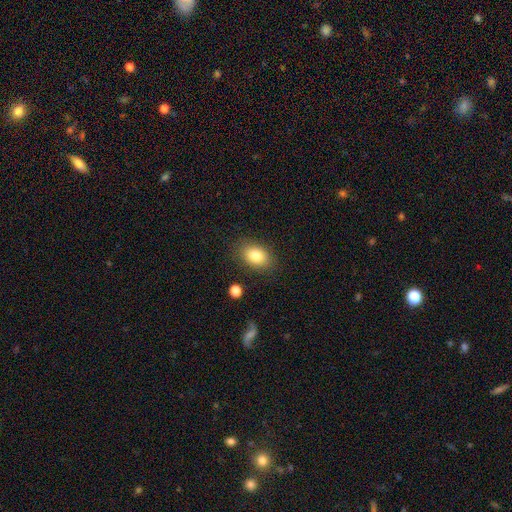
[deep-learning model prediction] Overall: smooth (82%). How rounded: in between (84%). Merging: none (84%).